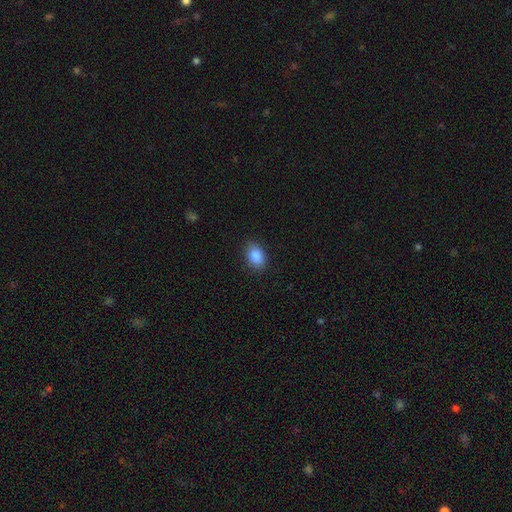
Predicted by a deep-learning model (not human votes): smooth_or_featured: smooth (p=0.87) [alt: star or artifact p=0.08]
how_rounded: in between (p=0.84) [alt: round p=0.14]
merging: none (p=0.85) [alt: minor disturbance p=0.11]